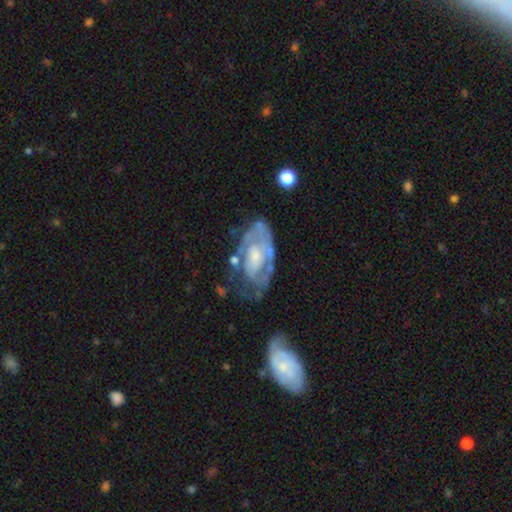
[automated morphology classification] smooth_or_featured: featured or disk (p=0.78) [alt: smooth p=0.16]
disk_edge_on: no (p=0.95) [alt: yes p=0.05]
bar: no (p=0.70) [alt: weak p=0.25]
has_spiral_arms: yes (p=0.77) [alt: no p=0.23]
spiral_winding: tight (p=0.61) [alt: medium p=0.29]
spiral_arm_count: can't tell (p=0.43) [alt: 2 p=0.31]
bulge_size: small (p=0.53) [alt: moderate p=0.33]
merging: none (p=0.49) [alt: minor disturbance p=0.26]